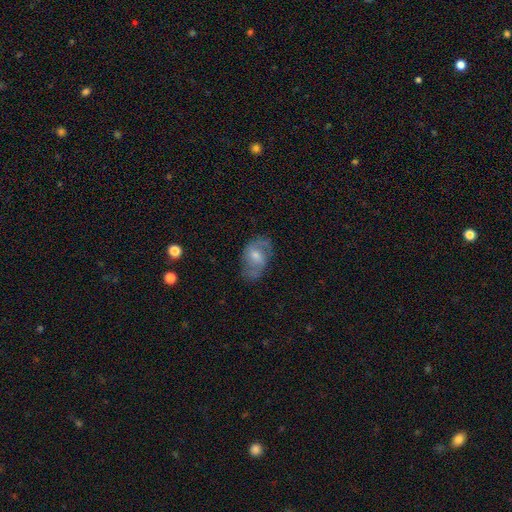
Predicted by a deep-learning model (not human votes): This is likely a featured or disk galaxy (67%). It is clearly not viewed edge-on (96%). Bar: possibly weak (49%). Spiral arm pattern: clearly yes (85%). Spiral arm count: clearly 2 (82%). Spiral winding: possibly medium (50%). Central bulge: possibly moderate (51%). Merging: likely none (72%).